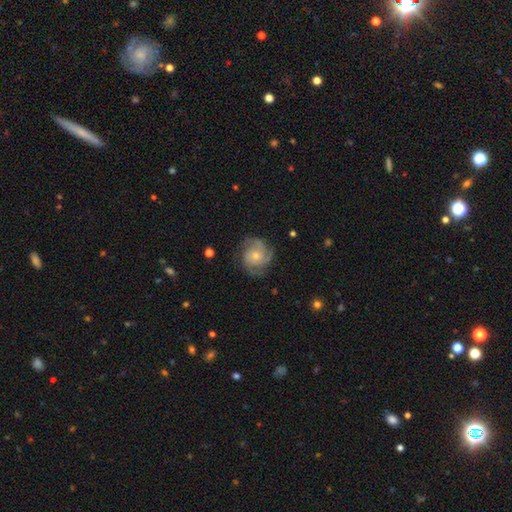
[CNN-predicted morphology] Smooth or featured? featured or disk (81%)
Edge-on disk? no (98%)
Bar? no (80%)
Spiral arms? yes (96%)
Spiral winding? tight (46%)
Spiral arm count? 3 (50%)
Bulge size? small (61%)
Merging? none (74%)